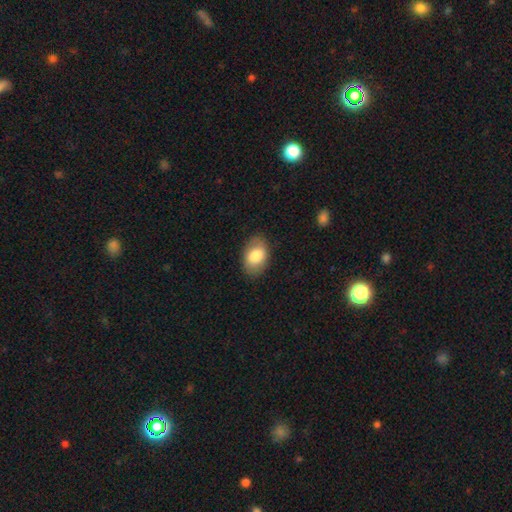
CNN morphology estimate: A smooth galaxy with no disk features (80%) that is in between round and cigar-shaped (87%).

Vote fractions:
- Smooth or featured? smooth: 80% / featured or disk: 13% / star or artifact: 7%
- How rounded? in between: 87% / round: 12% / cigar-shaped: 1%
- Merging? none: 83% / minor disturbance: 13% / major disturbance: 3% / merger: 1%